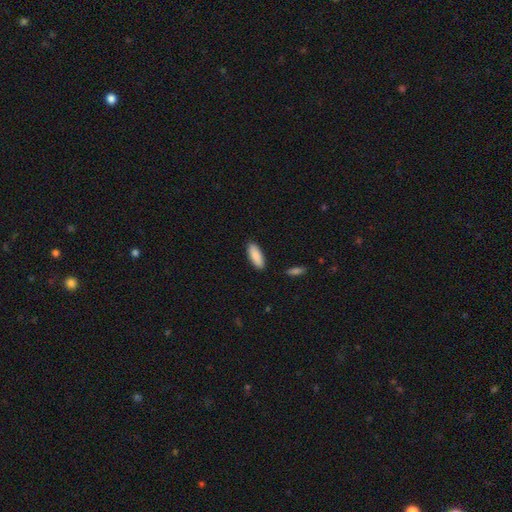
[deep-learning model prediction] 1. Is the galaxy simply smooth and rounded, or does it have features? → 89% smooth, 6% star or artifact, 5% featured or disk.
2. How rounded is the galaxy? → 68% in between, 30% cigar-shaped, 2% round.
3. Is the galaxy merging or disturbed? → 88% none, 9% minor disturbance, 2% major disturbance, 2% merger.